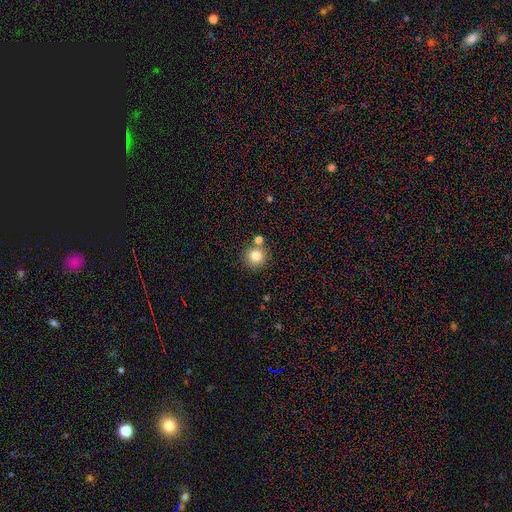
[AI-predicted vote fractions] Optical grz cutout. It shows a smooth galaxy with no disk features (81%) that is round (94%). Merging: none (74%).